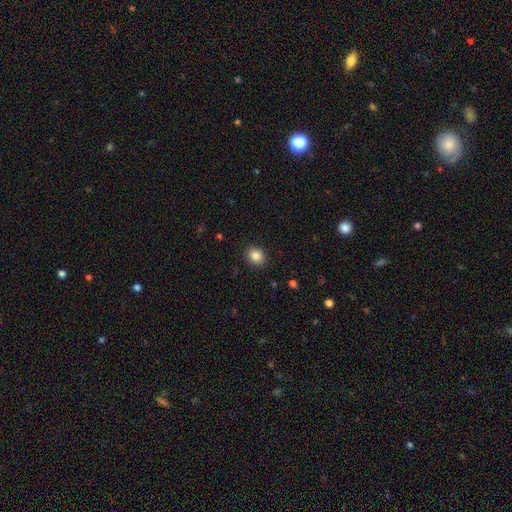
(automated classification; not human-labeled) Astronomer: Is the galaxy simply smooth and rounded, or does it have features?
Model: smooth — 85%.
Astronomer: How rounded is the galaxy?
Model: round — 62% (runner-up: in between, 37%).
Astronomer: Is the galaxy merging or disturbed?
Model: none — 90%.